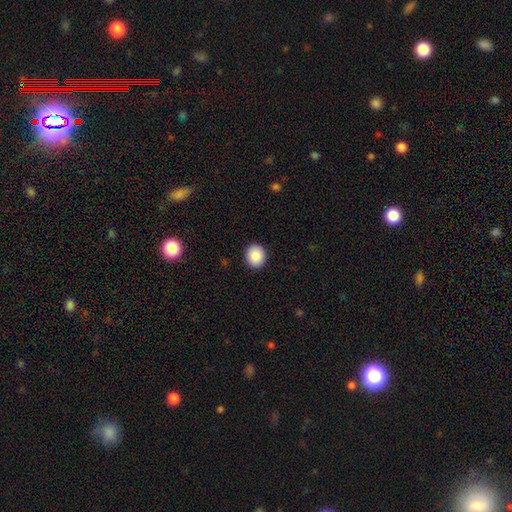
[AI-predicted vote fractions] This is clearly a smooth galaxy (89%). How rounded: likely round (74%). Merging: clearly none (92%).